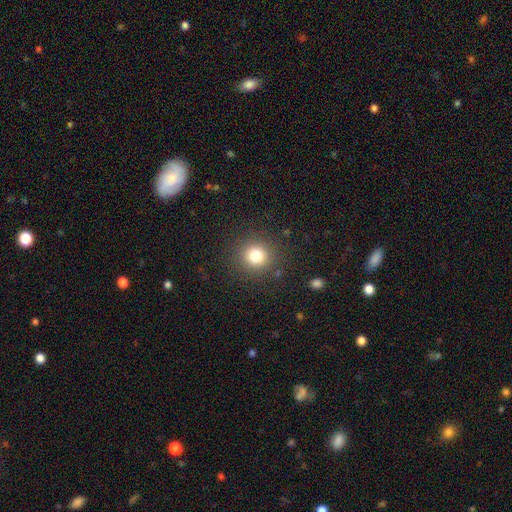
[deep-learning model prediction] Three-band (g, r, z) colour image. It shows a smooth galaxy with no disk features (79%) that is round (92%). Merging: none (88%).